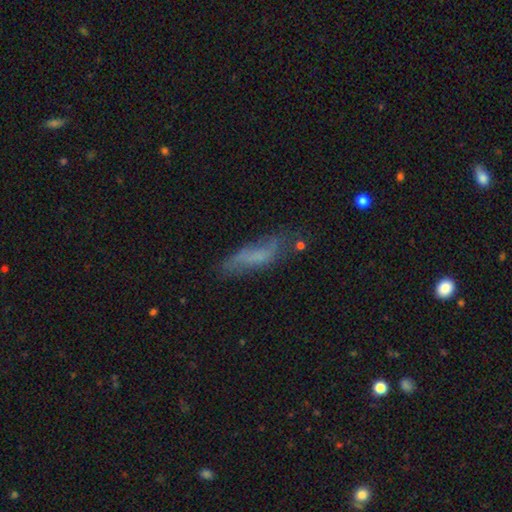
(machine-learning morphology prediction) Smooth or featured: smooth — 51% (featured or disk — 39%)
How rounded: cigar-shaped — 59% (in between — 38%)
Merging: none — 59% (minor disturbance — 26%)